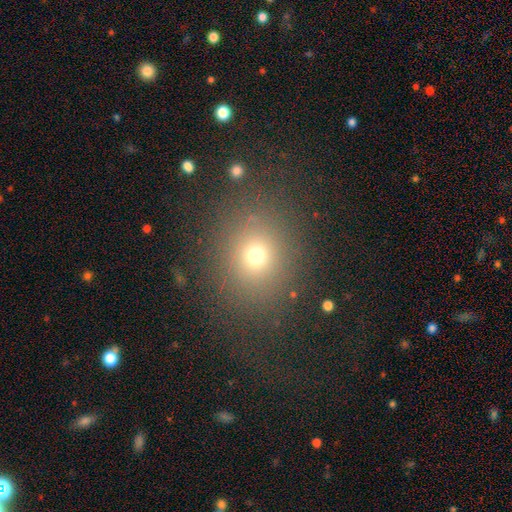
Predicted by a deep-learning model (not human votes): The model was most divided on "how rounded": round: 72%, in between: 27%, cigar-shaped: 1%. More confident: merging — none (84%); smooth or featured — smooth (69%).